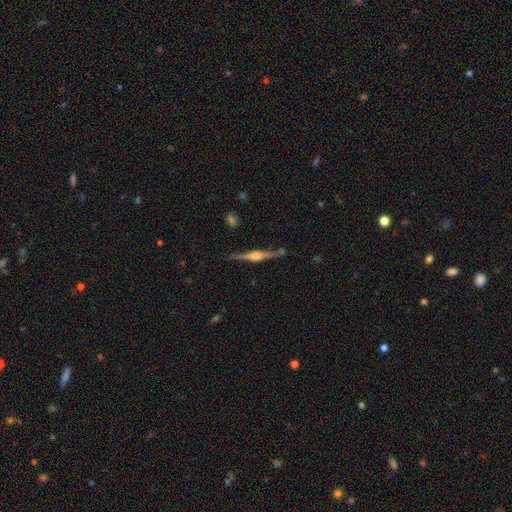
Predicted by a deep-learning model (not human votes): Smooth or featured?
  - featured or disk: 84% *
  - smooth: 11%
  - star or artifact: 6%
Edge-on disk?
  - yes: 98% *
  - no: 2%
Edge-on bulge?
  - rounded: 87% *
  - boxy: 10%
  - none: 3%
Merging?
  - none: 84% *
  - minor disturbance: 10%
  - merger: 3%
  - major disturbance: 2%